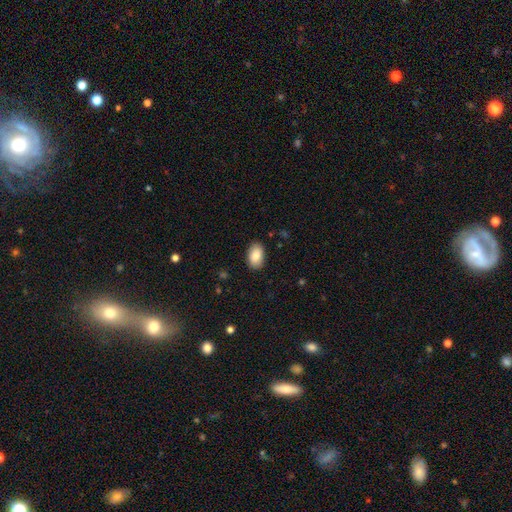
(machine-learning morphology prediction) Smooth or featured? smooth (87%)
How rounded? in between (92%)
Merging? none (88%)